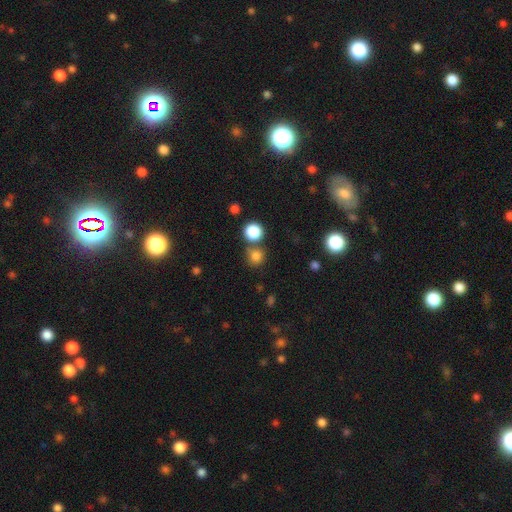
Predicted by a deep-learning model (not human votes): Q: Smooth or featured?
A: smooth (80%); runner-up: star or artifact (15%)
Q: How rounded?
A: round (90%); runner-up: in between (9%)
Q: Merging?
A: none (67%); runner-up: merger (22%)